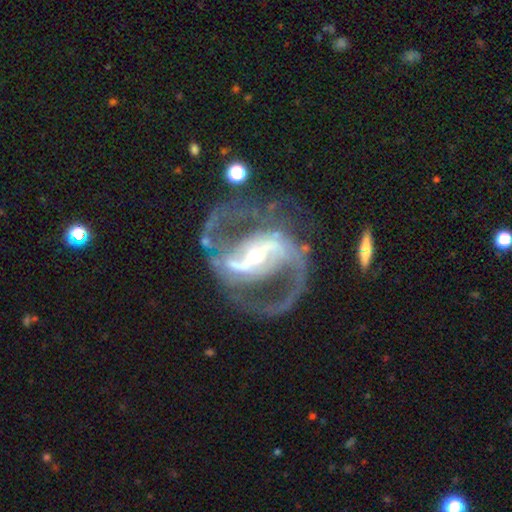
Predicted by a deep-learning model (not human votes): A featured or disk galaxy (91%) with a strong bar (68%), 2 (91%) medium (56%) spiral arms (97%) and a small central bulge (53%).

Vote fractions:
- Smooth or featured? featured or disk: 91% / star or artifact: 5% / smooth: 3%
- Edge-on disk? no: 97% / yes: 3%
- Bar? strong: 68% / weak: 23% / no: 9%
- Spiral arms? yes: 97% / no: 3%
- Spiral winding? medium: 56% / loose: 30% / tight: 14%
- Spiral arm count? 2: 91% / 3: 3% / can't tell: 3% / 1: 2% / 4: 1% / more than 4: 1%
- Bulge size? small: 53% / moderate: 41% / large: 4% / dominant: 1% / none: 1%
- Merging? none: 69% / minor disturbance: 14% / major disturbance: 14% / merger: 3%